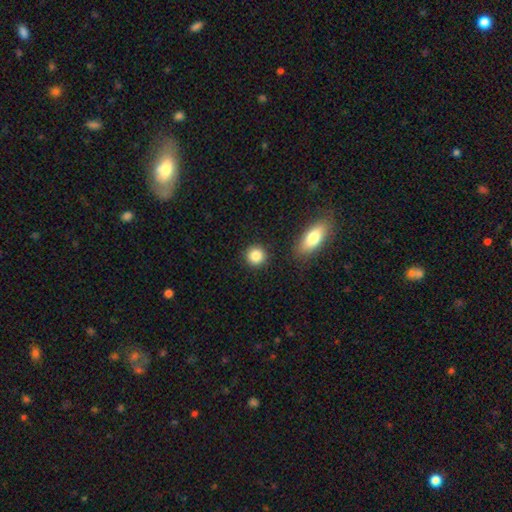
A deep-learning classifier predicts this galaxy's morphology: smooth-or-featured: smooth: 86% | star or artifact: 9% | featured or disk: 5%
  how-rounded: round: 92% | in between: 7% | cigar-shaped: 1%
  merging: none: 89% | minor disturbance: 6% | merger: 3% | major disturbance: 2%